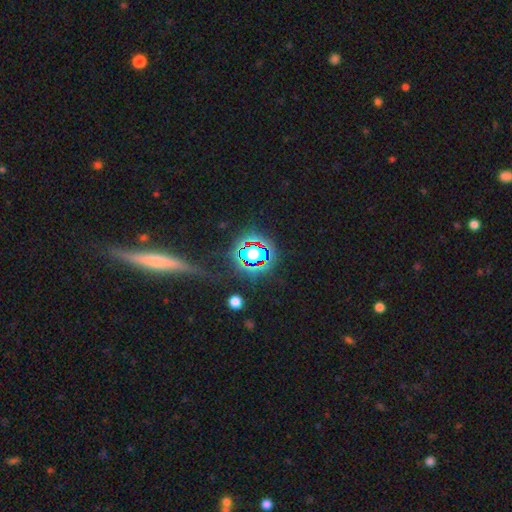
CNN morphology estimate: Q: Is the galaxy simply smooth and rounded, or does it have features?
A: star or artifact — 60%.